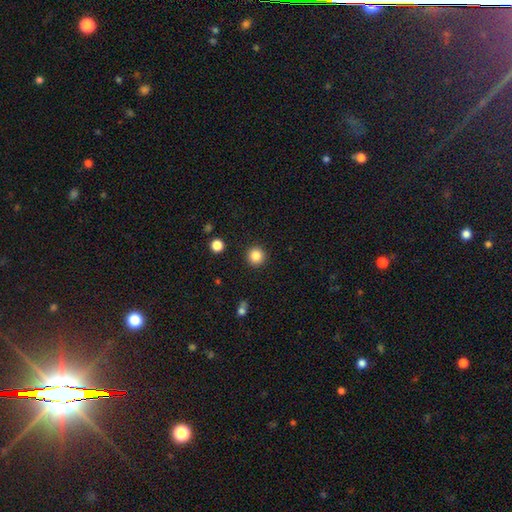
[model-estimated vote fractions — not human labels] Q: Smooth or featured?
A: smooth (85%); runner-up: star or artifact (11%)
Q: How rounded?
A: round (96%); runner-up: in between (3%)
Q: Merging?
A: none (92%); runner-up: minor disturbance (5%)